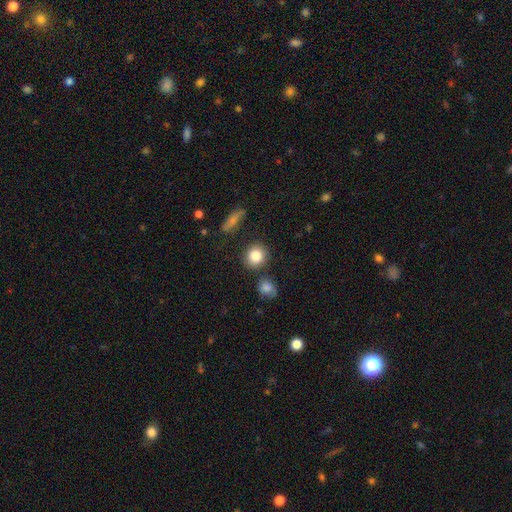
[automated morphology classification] Q: Smooth or featured?
A: smooth (84%); runner-up: star or artifact (9%)
Q: How rounded?
A: round (82%); runner-up: in between (17%)
Q: Merging?
A: none (81%); runner-up: minor disturbance (10%)